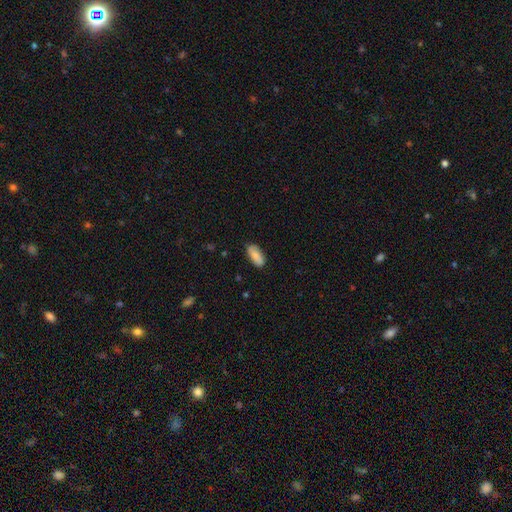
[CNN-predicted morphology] Smooth or featured?
  - smooth: 80% *
  - featured or disk: 14%
  - star or artifact: 6%
How rounded?
  - in between: 87% *
  - cigar-shaped: 11%
  - round: 2%
Merging?
  - none: 84% *
  - minor disturbance: 13%
  - major disturbance: 2%
  - merger: 1%